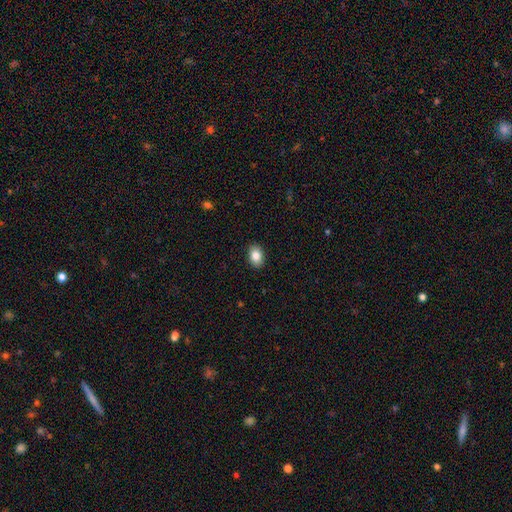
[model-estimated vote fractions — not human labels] Overall: smooth (84%). How rounded: in between (83%). Merging: none (90%).